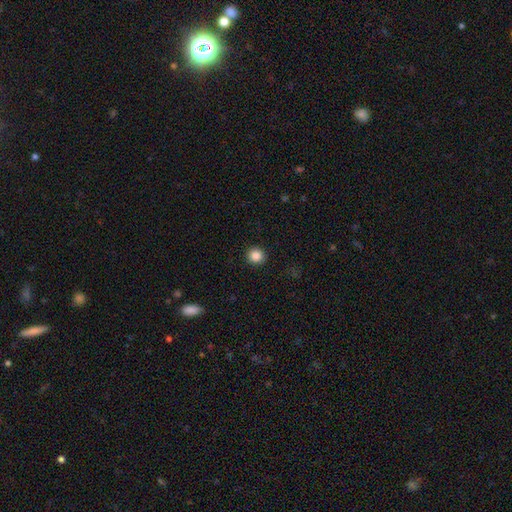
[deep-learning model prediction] smooth 86%, star or artifact 10%, featured or disk 4%. Down the decision tree: how rounded — round (92%); merging — none (93%).